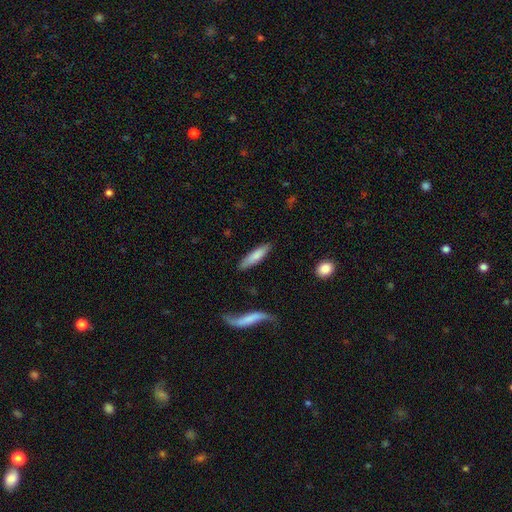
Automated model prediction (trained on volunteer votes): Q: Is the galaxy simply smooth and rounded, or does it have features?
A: smooth — 76%.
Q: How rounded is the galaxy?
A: cigar-shaped — 72%.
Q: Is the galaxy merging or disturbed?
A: none — 84%.